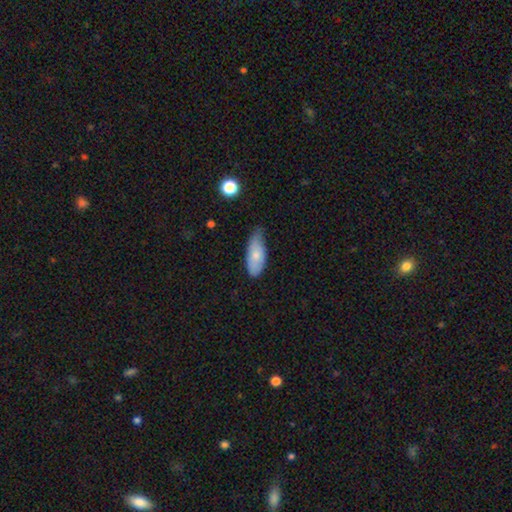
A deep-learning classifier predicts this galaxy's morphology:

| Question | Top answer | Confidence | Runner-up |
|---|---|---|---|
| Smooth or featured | smooth | 75% | featured or disk (18%) |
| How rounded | in between | 83% | cigar-shaped (15%) |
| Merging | none | 48% | minor disturbance (43%) |